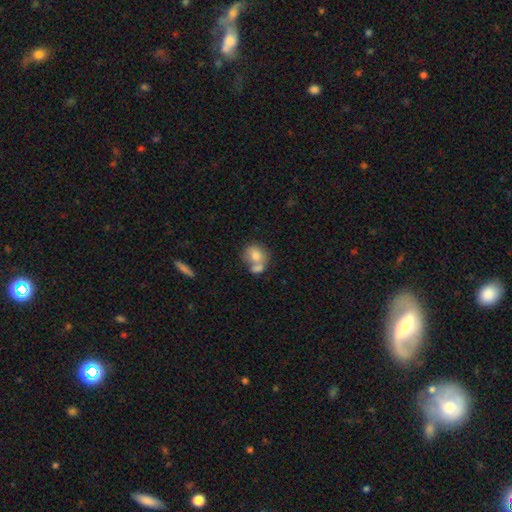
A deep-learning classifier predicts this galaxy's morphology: A smooth galaxy with no disk features (76%) that is round (62%).

Vote fractions:
- Smooth or featured? smooth: 76% / featured or disk: 16% / star or artifact: 8%
- How rounded? round: 62% / in between: 36% / cigar-shaped: 1%
- Merging? merger: 51% / none: 32% / minor disturbance: 11% / major disturbance: 6%